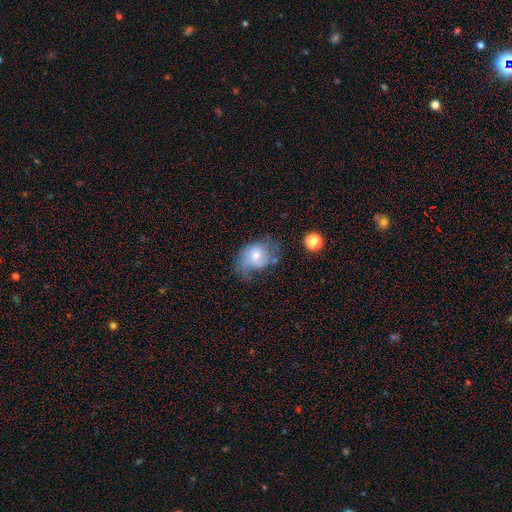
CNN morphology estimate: Smooth or featured: featured or disk — 47% (smooth — 44%)
Merging: none — 41% (minor disturbance — 30%)